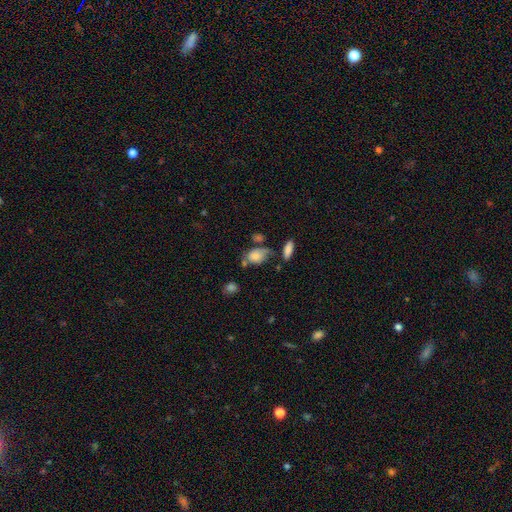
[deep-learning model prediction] Smooth or featured?
  - smooth: 72% *
  - featured or disk: 19%
  - star or artifact: 9%
How rounded?
  - in between: 81% *
  - round: 17%
  - cigar-shaped: 2%
Merging?
  - none: 40% *
  - minor disturbance: 27%
  - merger: 18%
  - major disturbance: 15%